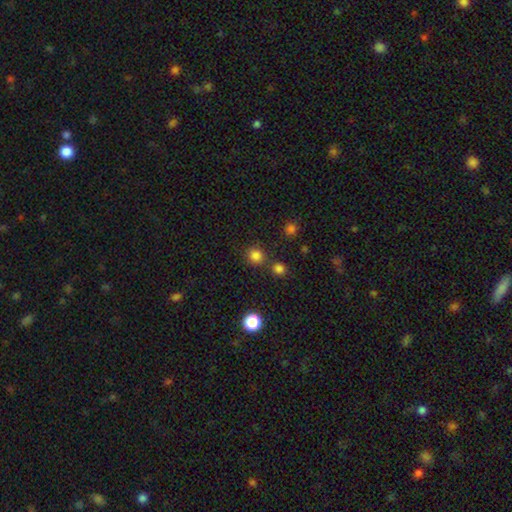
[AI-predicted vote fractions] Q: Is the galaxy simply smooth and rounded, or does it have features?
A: smooth — 80%.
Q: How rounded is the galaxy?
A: round — 91%.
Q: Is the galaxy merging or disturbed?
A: none — 77%.